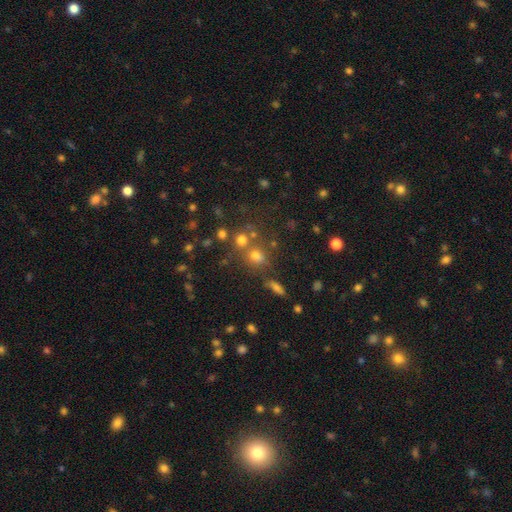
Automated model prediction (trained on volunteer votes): smooth-or-featured: smooth: 69% | star or artifact: 20% | featured or disk: 11%
  how-rounded: round: 61% | in between: 36% | cigar-shaped: 2%
  merging: none: 58% | merger: 25% | minor disturbance: 12% | major disturbance: 6%